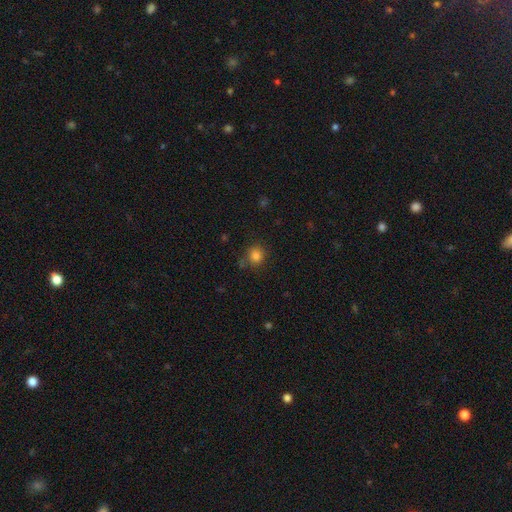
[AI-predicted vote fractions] Smooth or featured?
  - smooth: 83% *
  - star or artifact: 13%
  - featured or disk: 5%
How rounded?
  - round: 87% *
  - in between: 12%
  - cigar-shaped: 1%
Merging?
  - none: 79% *
  - minor disturbance: 12%
  - merger: 5%
  - major disturbance: 4%